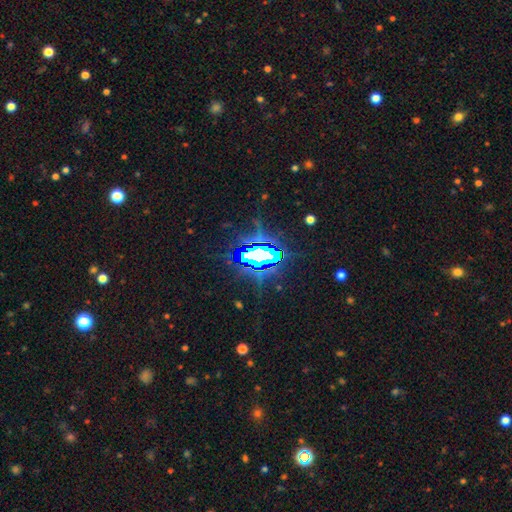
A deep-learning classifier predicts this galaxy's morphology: Smooth or featured: star or artifact — 76% (featured or disk — 14%)